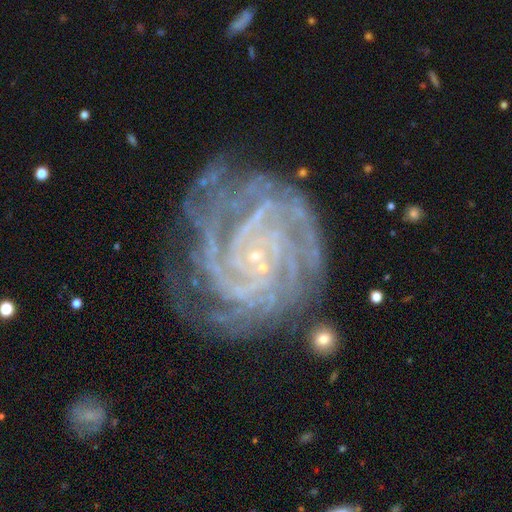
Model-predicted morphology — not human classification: Smooth or featured? Predicted: featured or disk (p=0.91). Edge-on disk? Predicted: no (p=0.98). Bar? Predicted: no (p=0.64). Spiral arms? Predicted: yes (p=0.99). Spiral winding? Predicted: tight (p=0.83). Spiral arm count? Predicted: 4 (p=0.28). Bulge size? Predicted: small (p=0.89). Merging? Predicted: none (p=0.67).